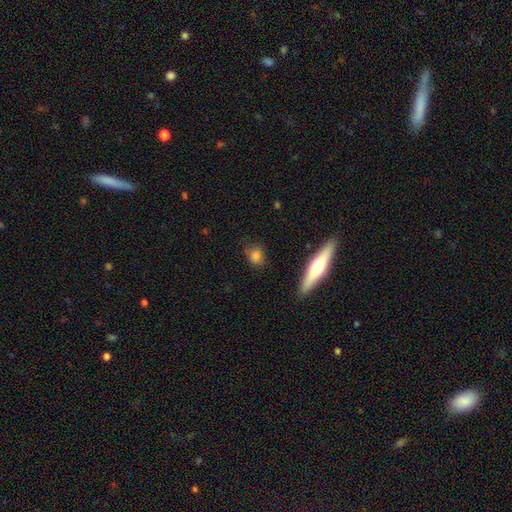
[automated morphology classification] Smooth or featured: smooth — 79% (featured or disk — 12%)
How rounded: round — 49% (in between — 43%)
Merging: none — 77% (minor disturbance — 17%)